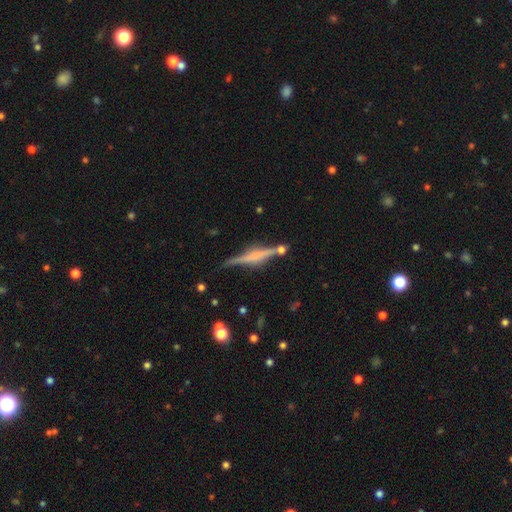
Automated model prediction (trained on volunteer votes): smooth-or-featured: featured or disk: 73% | smooth: 19% | star or artifact: 8%
  disk-edge-on: yes: 97% | no: 3%
    edge-on-bulge: rounded: 54% | boxy: 31% | none: 15%
  merging: none: 77% | minor disturbance: 13% | merger: 7% | major disturbance: 4%